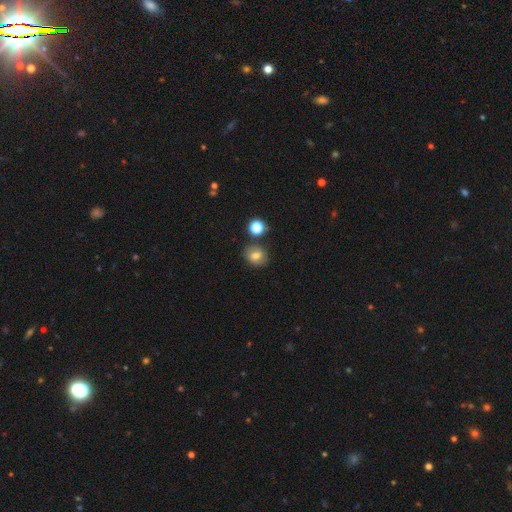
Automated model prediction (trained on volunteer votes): This is likely a smooth galaxy (71%). How rounded: likely round (66%). Merging: likely none (78%).